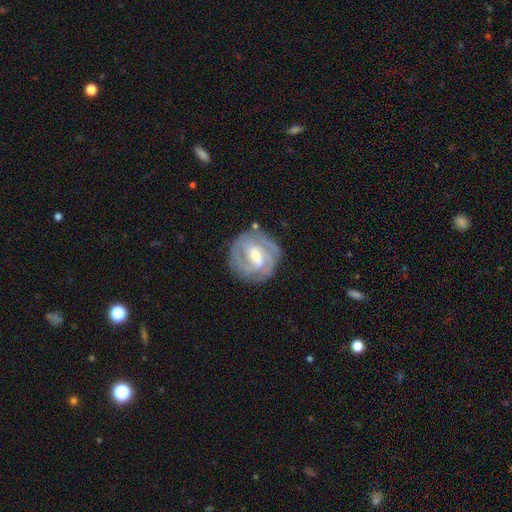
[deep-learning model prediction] Overall: featured or disk (84%). Edge-on disk: no (97%). Bar: weak (50%; no 26%). Spiral arms: yes (94%). Spiral arm count: 2 (34%; 3 29%). Spiral winding: tight (62%; medium 31%). Bulge size: moderate (51%; small 43%). Merging: none (78%).